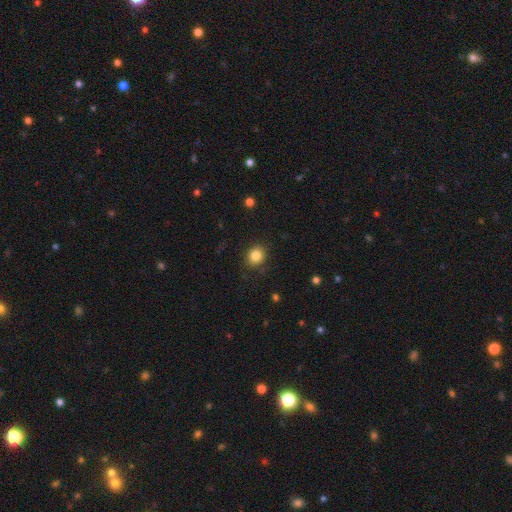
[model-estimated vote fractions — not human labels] A smooth galaxy with no disk features (84%) that is round (78%).

Vote fractions:
- Smooth or featured? smooth: 84% / star or artifact: 11% / featured or disk: 5%
- How rounded? round: 78% / in between: 21% / cigar-shaped: 1%
- Merging? none: 85% / minor disturbance: 10% / major disturbance: 3% / merger: 1%